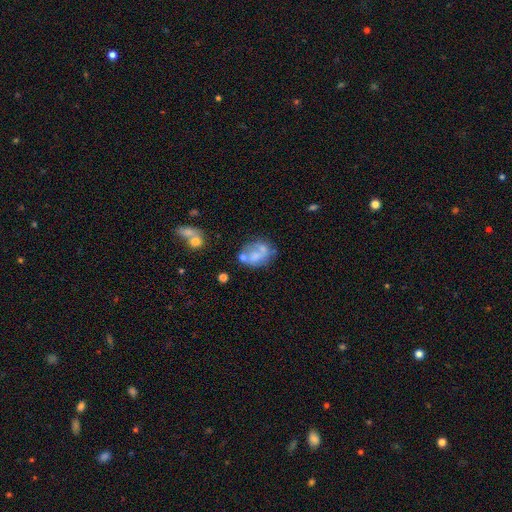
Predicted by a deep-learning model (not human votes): This is possibly a featured or disk galaxy (45%, tied with smooth). Merging: marginally none (36%).